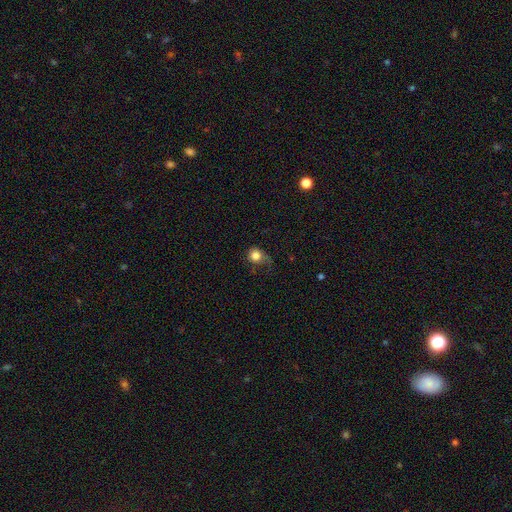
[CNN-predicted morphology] This is clearly a smooth galaxy (81%). How rounded: clearly round (81%). Merging: possibly none (48%).